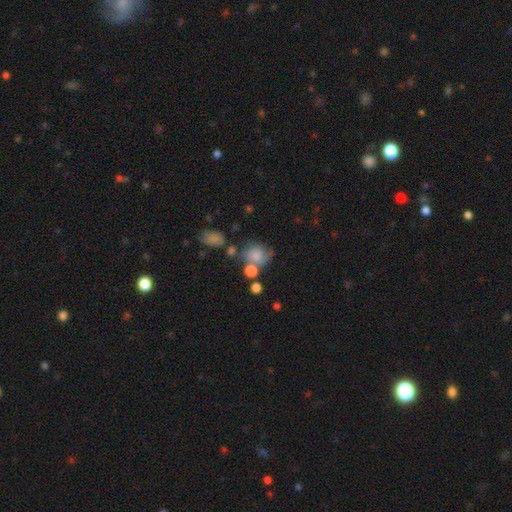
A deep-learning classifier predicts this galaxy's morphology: Overall: smooth (71%). How rounded: round (73%). Merging: none (44%; merger 23%).